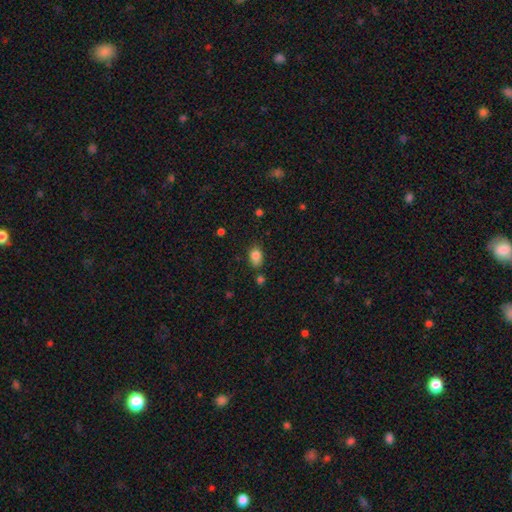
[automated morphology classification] This appears to be a smooth galaxy with no disk features (84%) that is in between round and cigar-shaped (80%). Merging: none (69%).